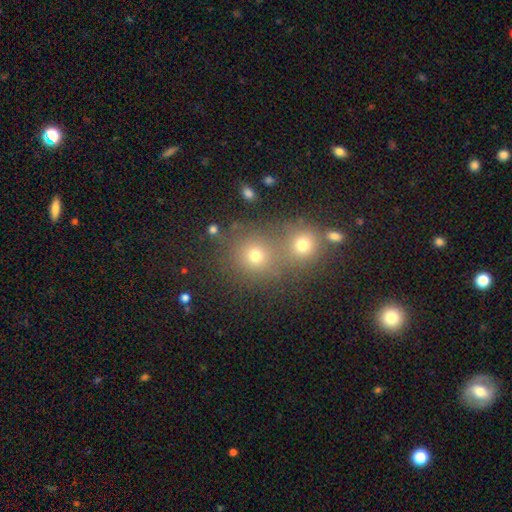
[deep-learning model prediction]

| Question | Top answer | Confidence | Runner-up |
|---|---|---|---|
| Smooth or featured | smooth | 73% | star or artifact (17%) |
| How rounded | round | 84% | in between (15%) |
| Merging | merger | 48% | none (43%) |